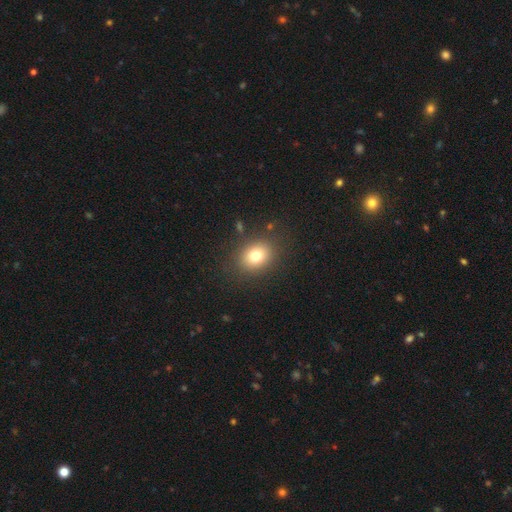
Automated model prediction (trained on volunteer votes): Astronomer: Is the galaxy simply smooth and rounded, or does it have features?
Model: smooth — 78%.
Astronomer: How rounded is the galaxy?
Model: round — 55% (runner-up: in between, 44%).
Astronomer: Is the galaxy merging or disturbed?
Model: none — 86%.